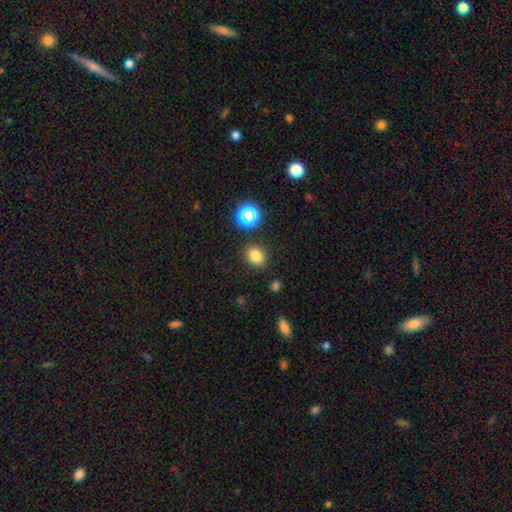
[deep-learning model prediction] The model was most divided on "how rounded": round: 51%, in between: 48%, cigar-shaped: 1%. More confident: merging — none (85%); smooth or featured — smooth (77%).